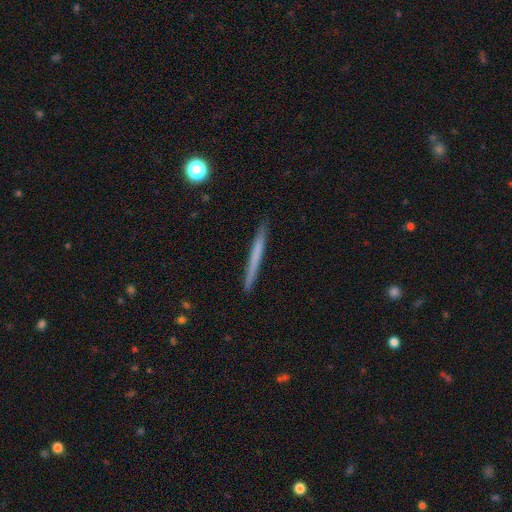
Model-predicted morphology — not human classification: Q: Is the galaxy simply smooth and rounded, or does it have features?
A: smooth — 56%.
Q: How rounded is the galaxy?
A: cigar-shaped — 97%.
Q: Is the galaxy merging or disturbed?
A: none — 91%.